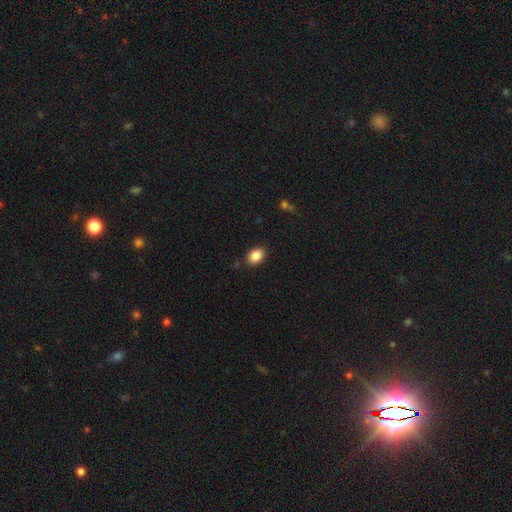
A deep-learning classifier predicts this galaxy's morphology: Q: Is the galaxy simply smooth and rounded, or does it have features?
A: smooth — 87%.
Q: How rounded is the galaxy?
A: in between — 76%.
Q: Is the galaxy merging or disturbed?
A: none — 86%.